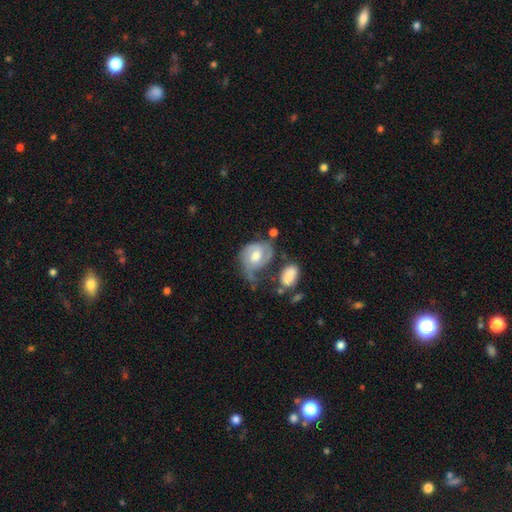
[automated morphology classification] smooth-or-featured: featured or disk: 57% | smooth: 36% | star or artifact: 6%
  disk-edge-on: no: 97% | yes: 3%
    bar: no: 58% | weak: 35% | strong: 7%
    has-spiral-arms: yes: 79% | no: 21%
    bulge-size: moderate: 71% | small: 17% | large: 9% | none: 2% | dominant: 1%
  merging: major disturbance: 33% | none: 29% | minor disturbance: 26% | merger: 12%